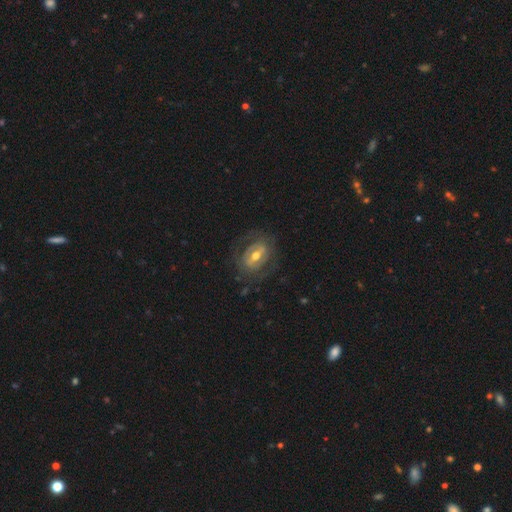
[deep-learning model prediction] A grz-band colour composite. It shows a featured or disk galaxy (71%) with a strong bar (39%), spiral arms (53%) and a moderate central bulge (73%). Merging: none (71%).